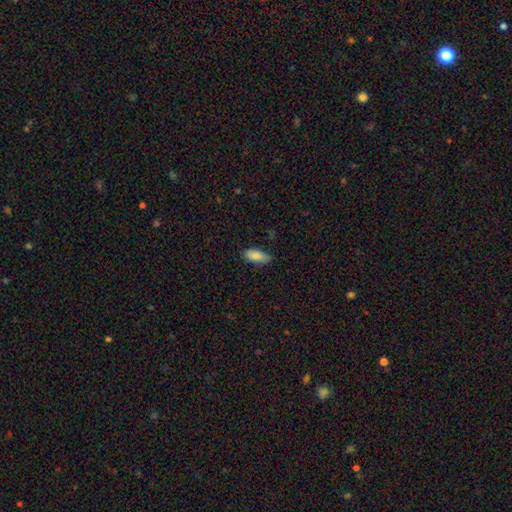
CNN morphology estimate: A smooth galaxy with no disk features (86%) that is in between round and cigar-shaped (80%). Merging: none (78%).